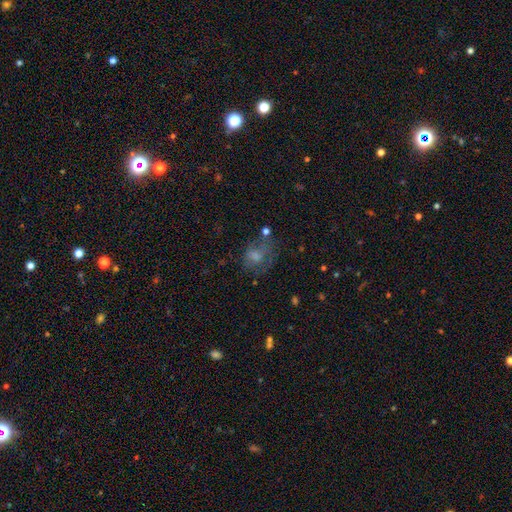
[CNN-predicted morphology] Smooth or featured?
  - smooth: 45% *
  - featured or disk: 33%
  - star or artifact: 21%
Merging?
  - none: 48% *
  - major disturbance: 23%
  - minor disturbance: 22%
  - merger: 7%